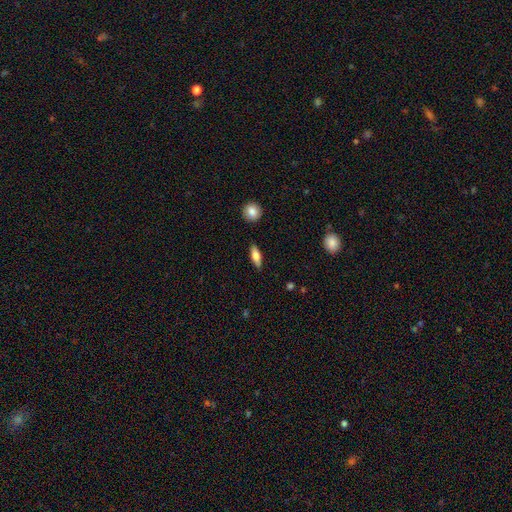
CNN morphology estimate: Overall: smooth (68%). How rounded: in between (61%; cigar-shaped 36%). Merging: none (86%).